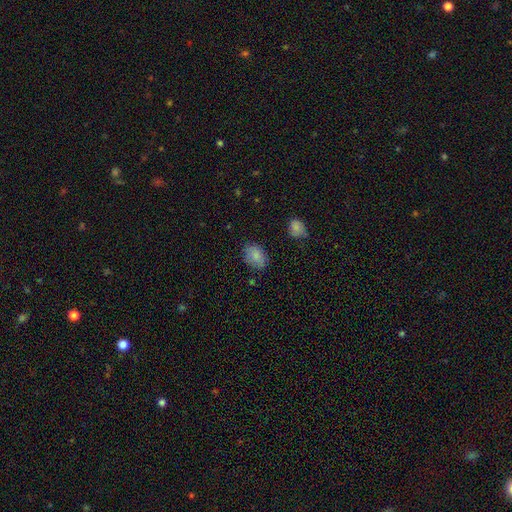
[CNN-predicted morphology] Smooth or featured? smooth (84%)
How rounded? in between (78%)
Merging? none (75%)